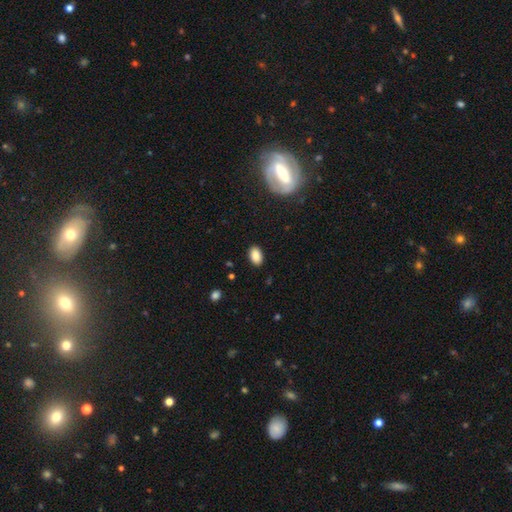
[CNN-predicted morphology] type=smooth (87%); roundness=in between (91%); merging=none (88%).